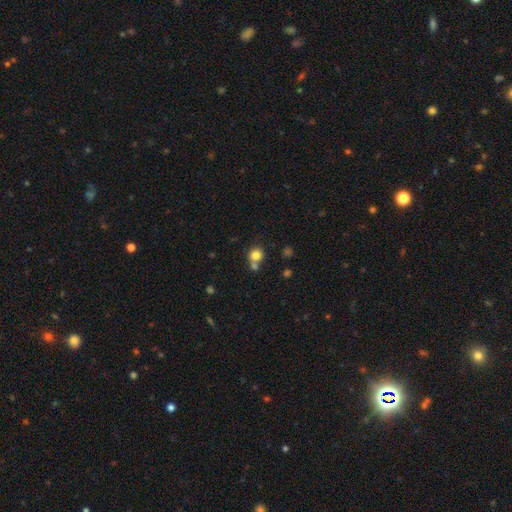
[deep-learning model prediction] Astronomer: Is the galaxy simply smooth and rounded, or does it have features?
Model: smooth — 80%.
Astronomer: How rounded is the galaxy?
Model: round — 85%.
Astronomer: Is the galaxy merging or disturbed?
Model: none — 54% (runner-up: merger, 34%).